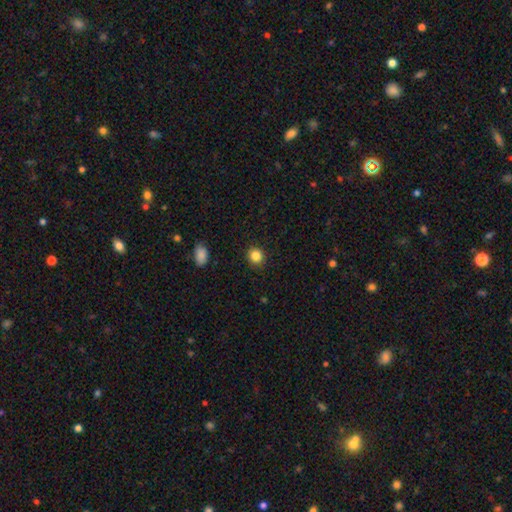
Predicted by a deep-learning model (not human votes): Q: Smooth or featured?
A: smooth (85%); runner-up: star or artifact (11%)
Q: How rounded?
A: round (86%); runner-up: in between (13%)
Q: Merging?
A: none (90%); runner-up: minor disturbance (6%)